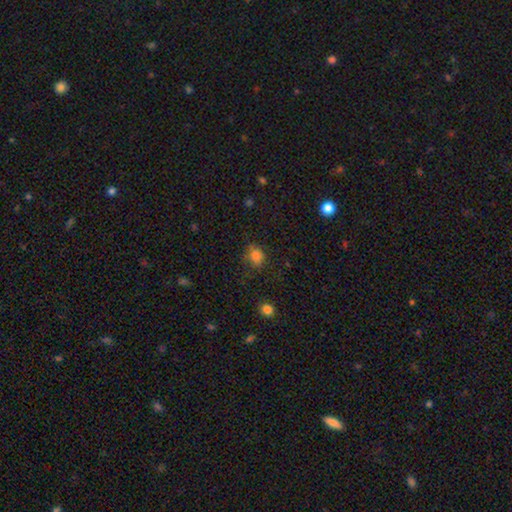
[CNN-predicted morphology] Smooth or featured? smooth (80%)
How rounded? round (70%)
Merging? none (67%)